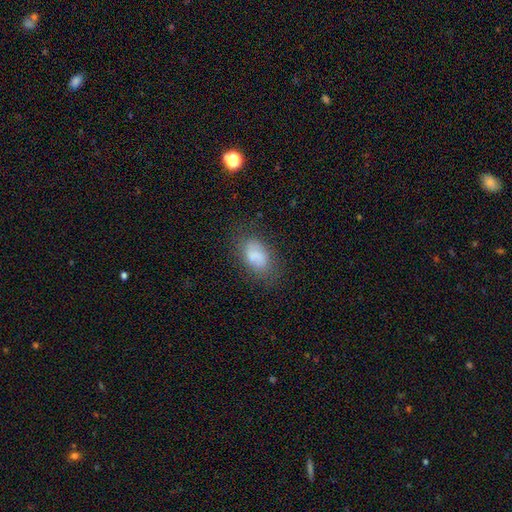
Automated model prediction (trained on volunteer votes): Smooth or featured: smooth — 72% (featured or disk — 18%)
How rounded: in between — 89% (round — 9%)
Merging: none — 64% (minor disturbance — 22%)